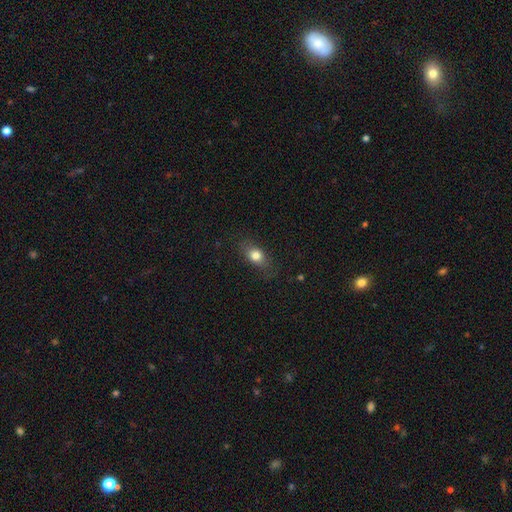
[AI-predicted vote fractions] Overall: smooth (78%). How rounded: in between (70%). Merging: none (77%).